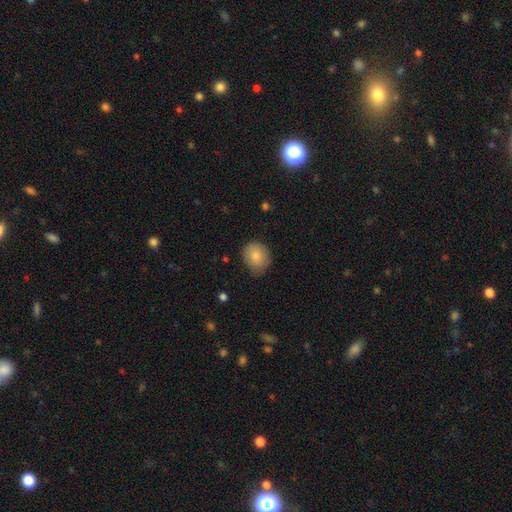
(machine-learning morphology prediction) Smooth or featured: smooth — 85% (featured or disk — 8%)
How rounded: round — 66% (in between — 33%)
Merging: none — 71% (minor disturbance — 23%)